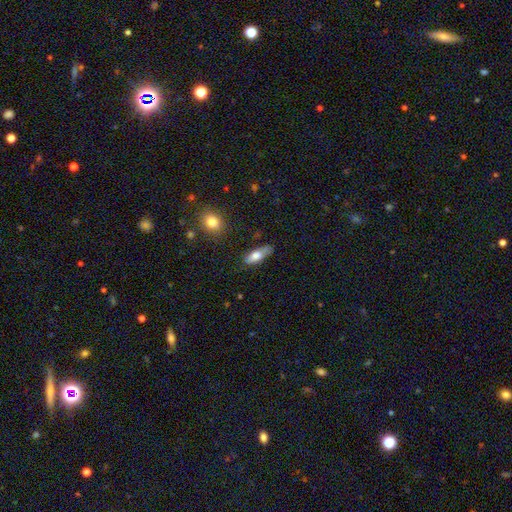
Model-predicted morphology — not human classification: This is likely a smooth galaxy (70%). How rounded: likely in between (66%). Merging: likely none (63%).